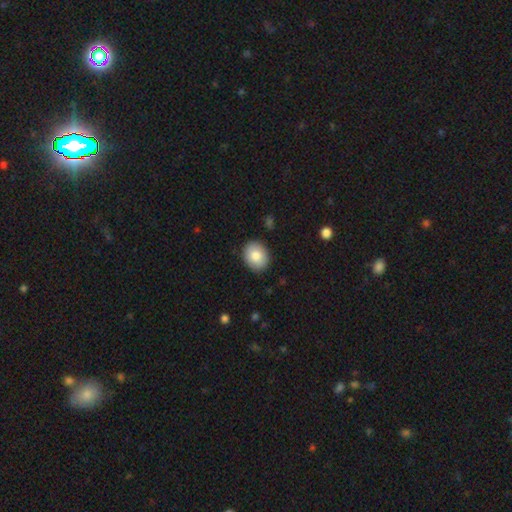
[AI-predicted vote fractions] Smooth or featured?
  - smooth: 81% *
  - featured or disk: 11%
  - star or artifact: 7%
How rounded?
  - round: 58% *
  - in between: 41%
  - cigar-shaped: 1%
Merging?
  - none: 89% *
  - minor disturbance: 8%
  - major disturbance: 2%
  - merger: 1%